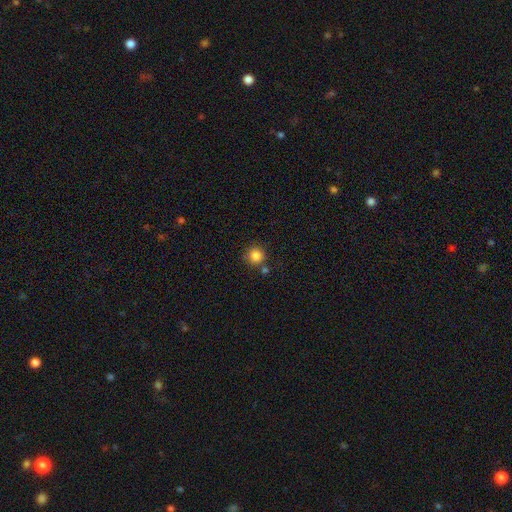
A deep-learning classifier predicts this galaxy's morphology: smooth-or-featured: smooth: 85% | star or artifact: 11% | featured or disk: 4%
  how-rounded: round: 94% | in between: 5% | cigar-shaped: 1%
  merging: none: 78% | merger: 9% | minor disturbance: 9% | major disturbance: 3%